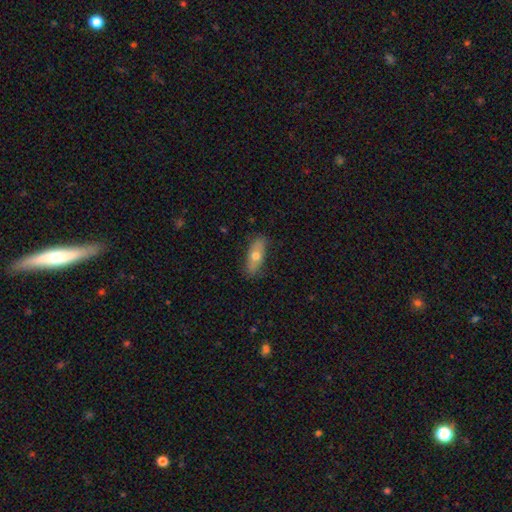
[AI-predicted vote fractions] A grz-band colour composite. It shows a smooth galaxy with no disk features (61%) that is in between round and cigar-shaped (74%). Merging: none (82%).